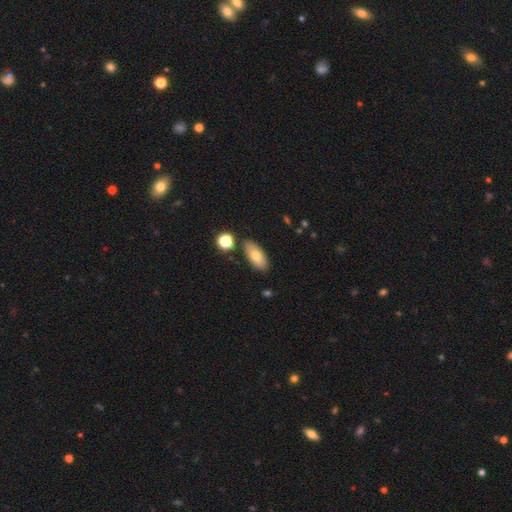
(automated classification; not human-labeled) Smooth or featured?
  - smooth: 72% *
  - featured or disk: 21%
  - star or artifact: 7%
How rounded?
  - in between: 89% *
  - cigar-shaped: 8%
  - round: 3%
Merging?
  - none: 84% *
  - minor disturbance: 10%
  - merger: 4%
  - major disturbance: 2%